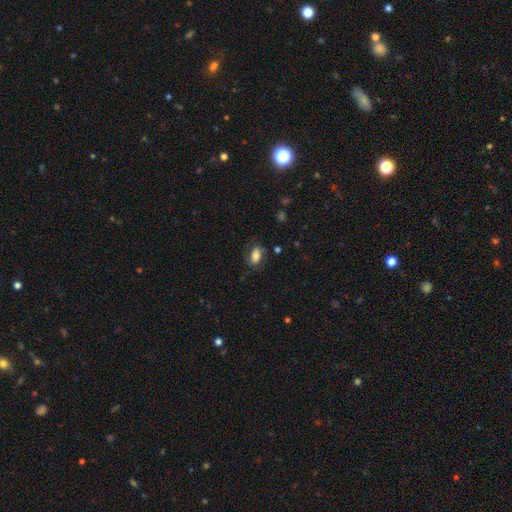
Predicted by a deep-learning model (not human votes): A smooth galaxy with no disk features (65%) that is in between round and cigar-shaped (88%).

Vote fractions:
- Smooth or featured? smooth: 65% / featured or disk: 26% / star or artifact: 8%
- How rounded? in between: 88% / round: 7% / cigar-shaped: 4%
- Merging? none: 65% / minor disturbance: 21% / major disturbance: 12% / merger: 2%